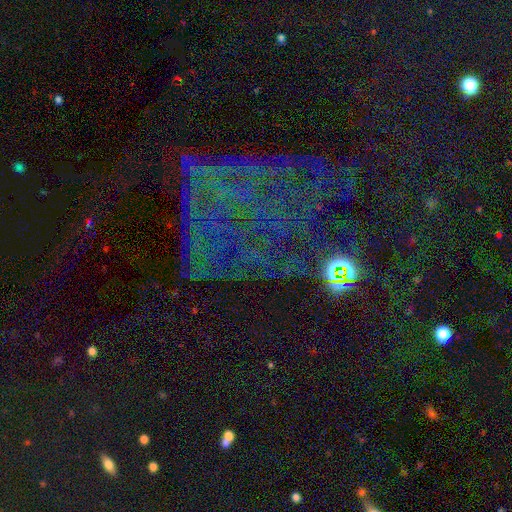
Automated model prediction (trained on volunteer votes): Q: Smooth or featured?
A: star or artifact (63%); runner-up: featured or disk (21%)